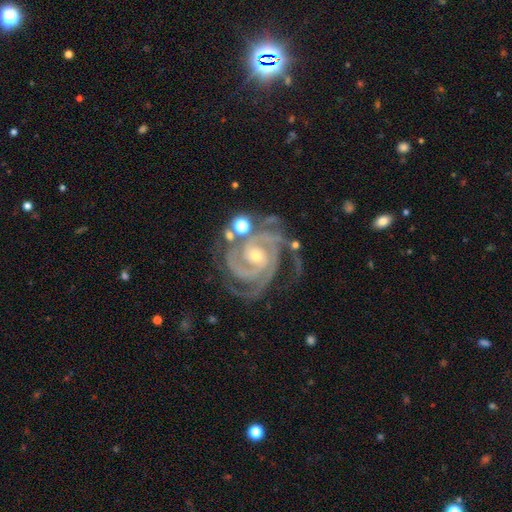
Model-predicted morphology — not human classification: This is clearly a featured or disk galaxy (93%). It is clearly not viewed edge-on (98%). Bar: possibly no (56%). Spiral arm pattern: clearly yes (99%). Spiral arm count: marginally 3 (41%). Spiral winding: likely tight (76%). Central bulge: likely small (61%). Merging: likely none (66%).